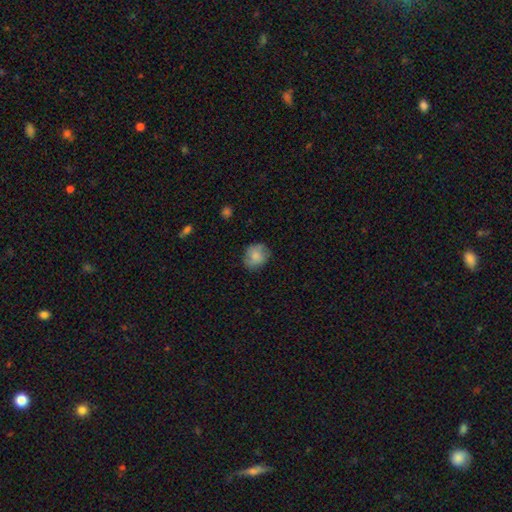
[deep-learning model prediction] A smooth galaxy with no disk features (77%) that is round (73%). Merging: none (78%).